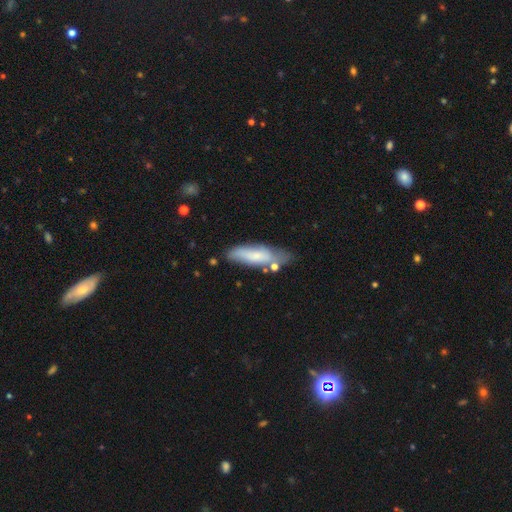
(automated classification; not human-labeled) This is likely a smooth galaxy (68%). How rounded: possibly cigar-shaped (51%). Merging: possibly none (55%).